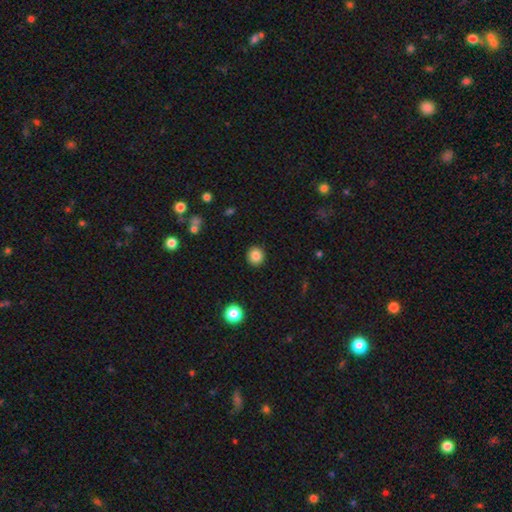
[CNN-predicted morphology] smooth-or-featured: smooth: 85% | star or artifact: 10% | featured or disk: 5%
  how-rounded: round: 90% | in between: 9% | cigar-shaped: 1%
  merging: none: 92% | minor disturbance: 5% | major disturbance: 2% | merger: 1%